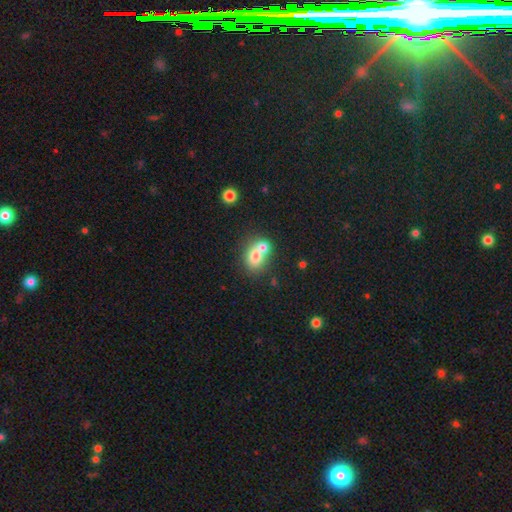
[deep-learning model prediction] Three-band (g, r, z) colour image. It shows a smooth galaxy with no disk features (72%) that is in between round and cigar-shaped (51%). Merging: merger (57%).